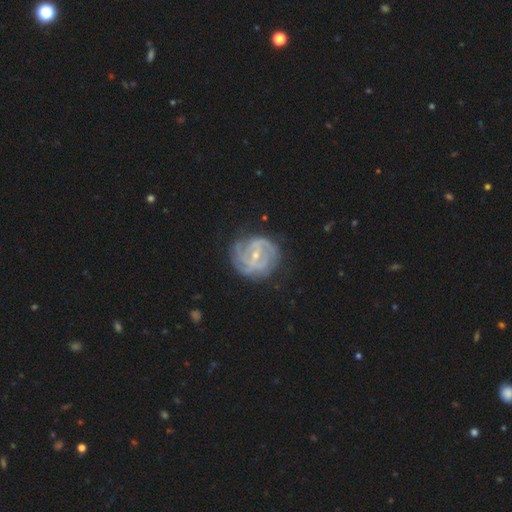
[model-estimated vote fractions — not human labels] smooth_or_featured: featured or disk (p=0.87) [alt: smooth p=0.08]
disk_edge_on: no (p=0.98) [alt: yes p=0.02]
bar: weak (p=0.49) [alt: no p=0.26]
has_spiral_arms: yes (p=0.94) [alt: no p=0.06]
spiral_winding: tight (p=0.64) [alt: medium p=0.29]
spiral_arm_count: 2 (p=0.33) [alt: can't tell p=0.27]
bulge_size: small (p=0.61) [alt: moderate p=0.35]
merging: none (p=0.73) [alt: minor disturbance p=0.18]